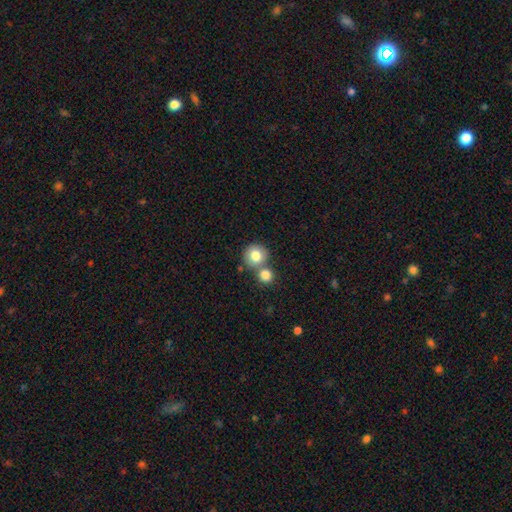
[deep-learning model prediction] A smooth galaxy with no disk features (80%) that is round (89%). Merging: none (54%).